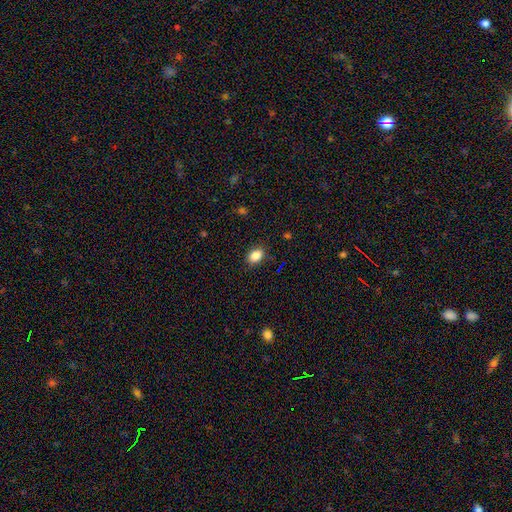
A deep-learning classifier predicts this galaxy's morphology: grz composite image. It shows a smooth galaxy with no disk features (85%) that is in between round and cigar-shaped (74%). Merging: none (86%).